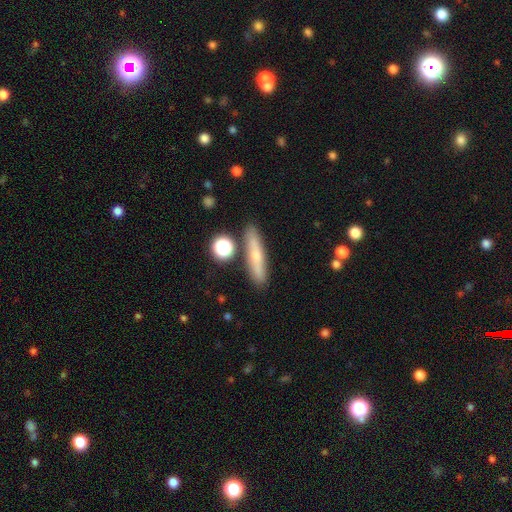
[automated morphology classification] Smooth or featured?
  - smooth: 58% *
  - featured or disk: 33%
  - star or artifact: 8%
How rounded?
  - cigar-shaped: 81% *
  - in between: 14%
  - round: 4%
Merging?
  - none: 81% *
  - minor disturbance: 11%
  - merger: 5%
  - major disturbance: 3%